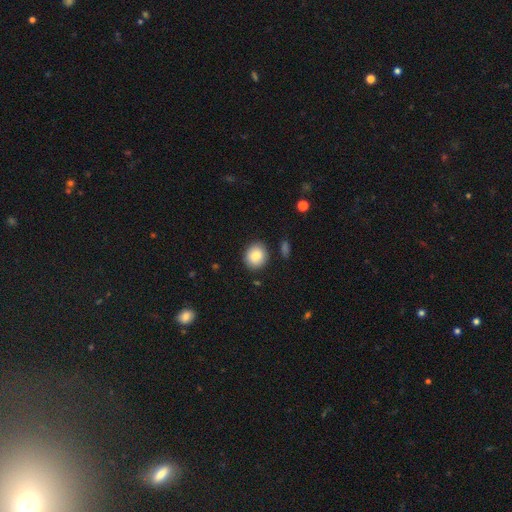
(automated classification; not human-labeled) The model was most divided on "how rounded": round: 74%, in between: 25%, cigar-shaped: 1%. More confident: merging — none (87%); smooth or featured — smooth (84%).